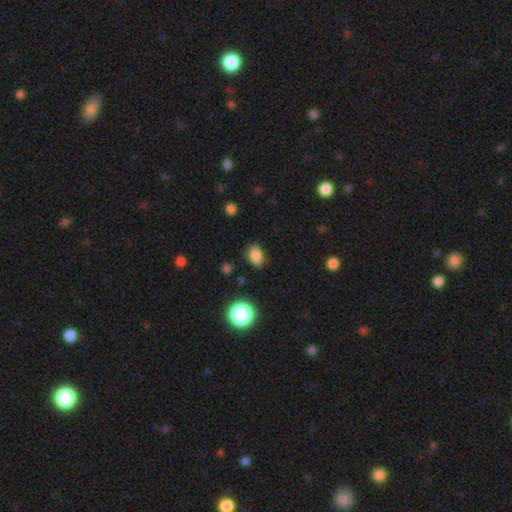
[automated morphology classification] A smooth galaxy with no disk features (82%) that is in between round and cigar-shaped (79%).

Vote fractions:
- Smooth or featured? smooth: 82% / star or artifact: 12% / featured or disk: 6%
- How rounded? in between: 79% / round: 19% / cigar-shaped: 2%
- Merging? none: 77% / minor disturbance: 17% / major disturbance: 4% / merger: 2%